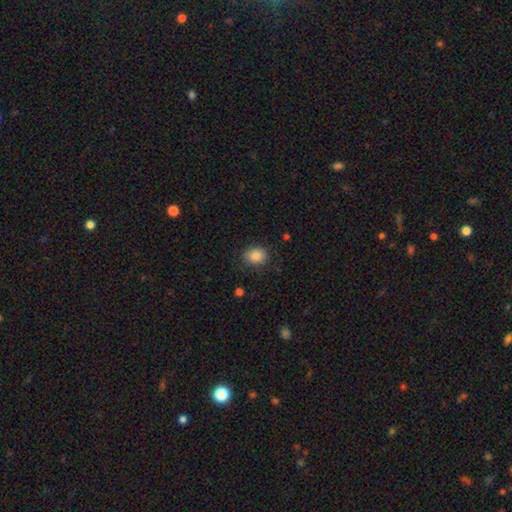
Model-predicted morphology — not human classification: A smooth galaxy with no disk features (86%) that is round (54%).

Vote fractions:
- Smooth or featured? smooth: 86% / star or artifact: 9% / featured or disk: 4%
- How rounded? round: 54% / in between: 45% / cigar-shaped: 1%
- Merging? none: 84% / minor disturbance: 12% / major disturbance: 3% / merger: 1%